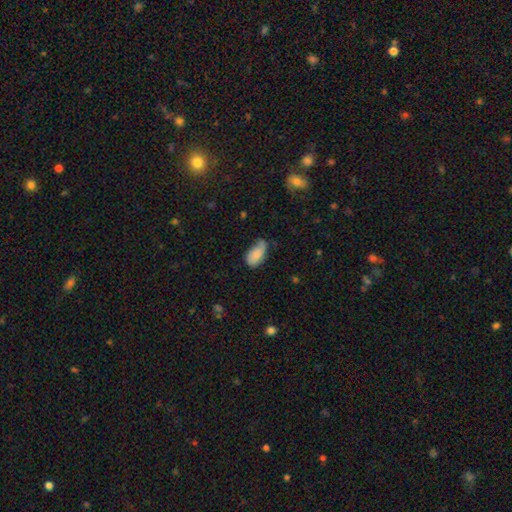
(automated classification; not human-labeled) Smooth or featured? Predicted: smooth (p=0.81). How rounded? Predicted: in between (p=0.94). Merging? Predicted: minor disturbance (p=0.45).